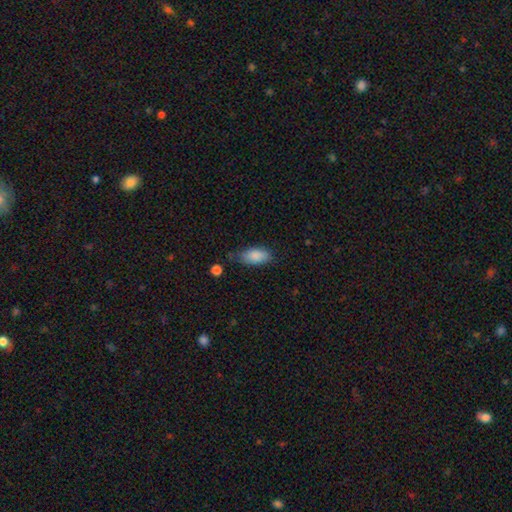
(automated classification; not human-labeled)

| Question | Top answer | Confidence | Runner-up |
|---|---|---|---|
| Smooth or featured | smooth | 87% | star or artifact (7%) |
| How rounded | in between | 90% | cigar-shaped (7%) |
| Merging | none | 62% | minor disturbance (28%) |